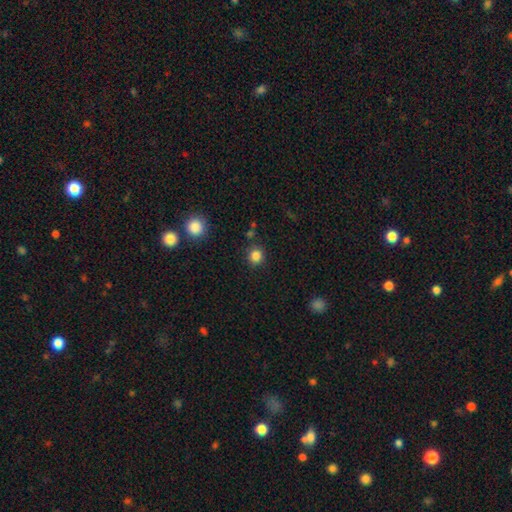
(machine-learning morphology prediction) Smooth or featured? smooth (84%)
How rounded? round (90%)
Merging? none (86%)